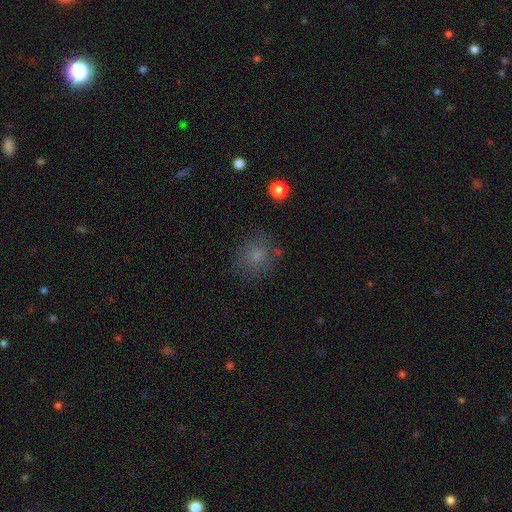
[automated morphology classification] The model was most divided on "how rounded": round: 73%, in between: 26%, cigar-shaped: 1%. More confident: merging — none (74%); smooth or featured — smooth (71%).